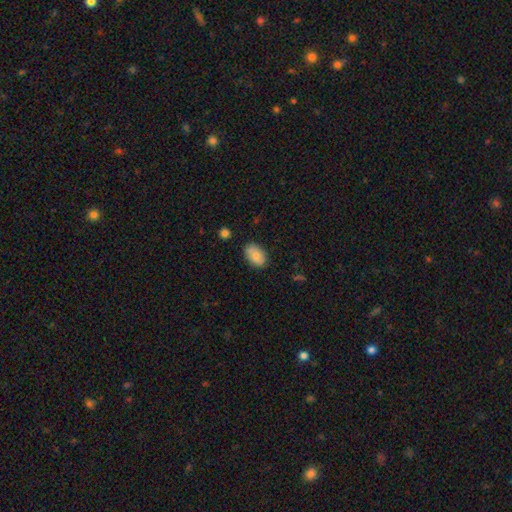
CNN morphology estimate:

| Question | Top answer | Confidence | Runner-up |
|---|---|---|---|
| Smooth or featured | smooth | 81% | featured or disk (12%) |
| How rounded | in between | 89% | round (9%) |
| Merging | none | 74% | minor disturbance (19%) |